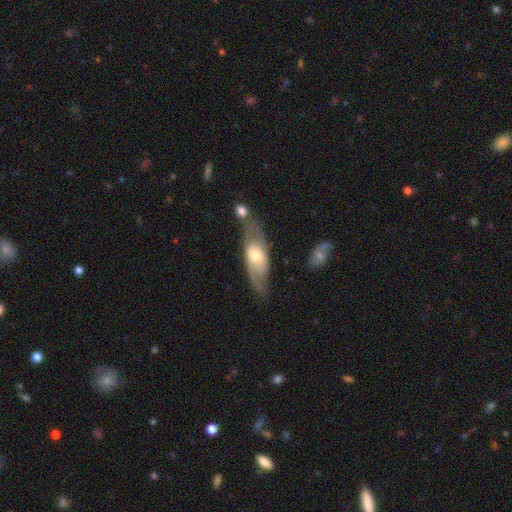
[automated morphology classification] This is possibly a featured or disk galaxy (54%). It is likely not viewed edge-on (68%). Merging: likely none (60%).